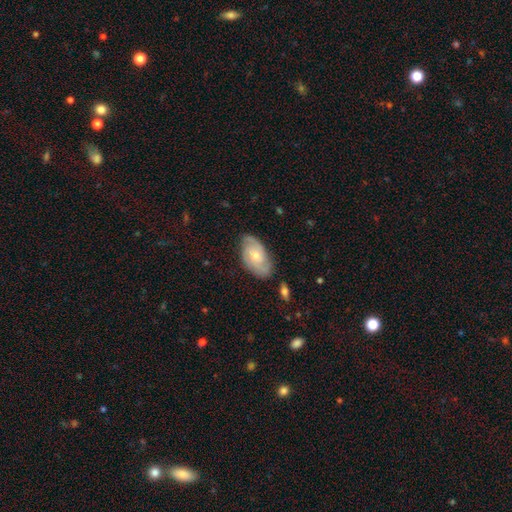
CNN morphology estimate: Overall: featured or disk (63%; smooth 31%). Edge-on disk: no (95%). Bar: no (70%). Spiral arms: yes (90%). Spiral arm count: 2 (52%; can't tell 25%). Spiral winding: tight (48%; medium 39%). Bulge size: small (54%; moderate 42%). Merging: none (73%).